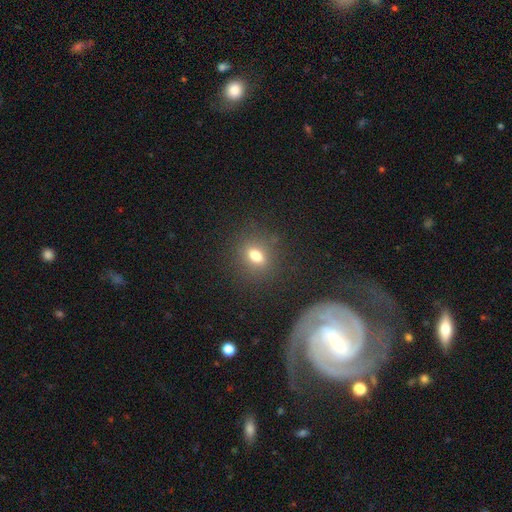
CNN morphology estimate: smooth 74%, star or artifact 15%, featured or disk 11%. Down the decision tree: how rounded — in between (60%); merging — none (84%).